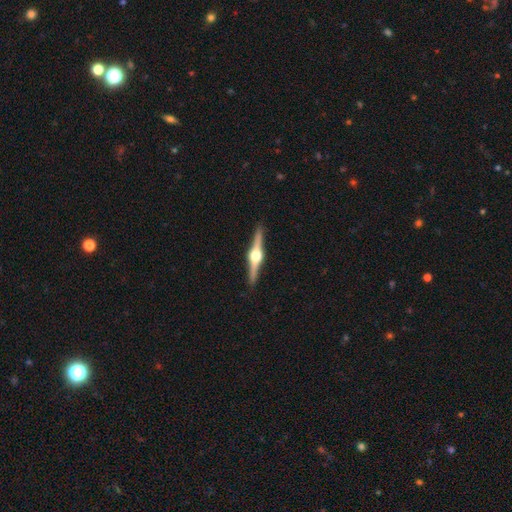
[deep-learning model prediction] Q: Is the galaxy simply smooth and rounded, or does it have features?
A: featured or disk — 86%.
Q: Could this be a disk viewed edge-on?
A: yes — 98%.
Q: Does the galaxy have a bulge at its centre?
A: rounded — 96%.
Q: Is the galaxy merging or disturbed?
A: none — 92%.